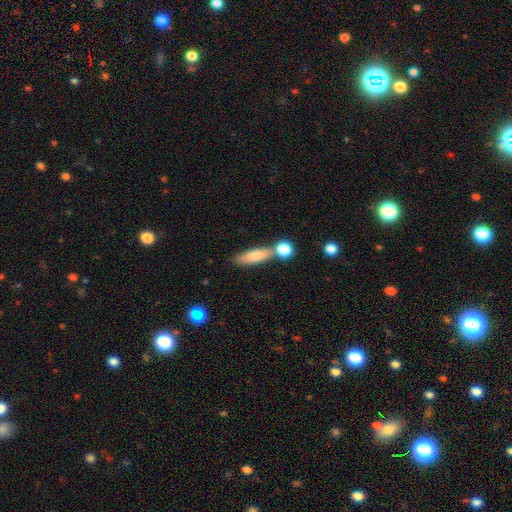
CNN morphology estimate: smooth_or_featured: smooth (p=0.77) [alt: featured or disk p=0.16]
how_rounded: cigar-shaped (p=0.52) [alt: in between p=0.44]
merging: none (p=0.57) [alt: merger p=0.27]